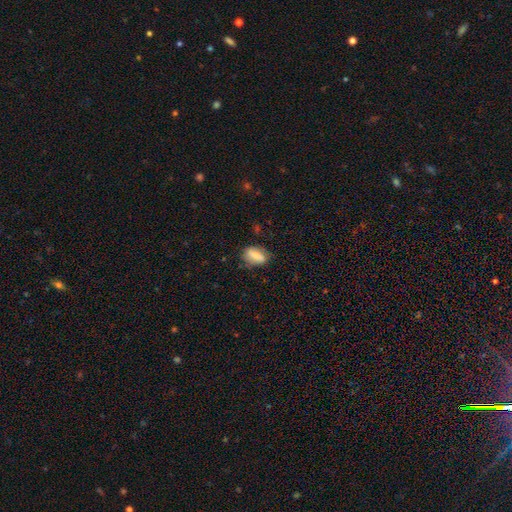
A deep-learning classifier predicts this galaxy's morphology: Overall: smooth (69%). How rounded: in between (83%). Merging: none (73%).